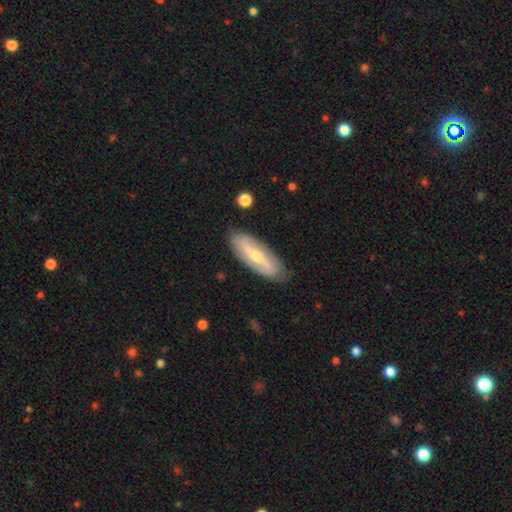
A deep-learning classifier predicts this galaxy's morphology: This is likely a featured or disk galaxy (74%). It is clearly not viewed edge-on (81%). Bar: possibly strong (48%). Spiral arm pattern: likely yes (78%). Central bulge: possibly small (50%). Merging: clearly none (86%).